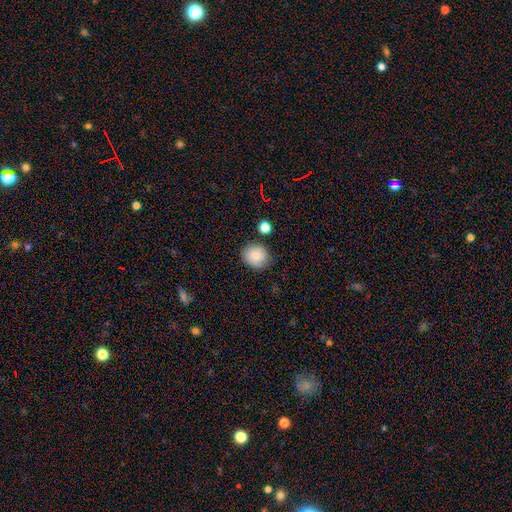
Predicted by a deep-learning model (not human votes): The model was most divided on "how rounded": round: 72%, in between: 27%, cigar-shaped: 1%. More confident: smooth or featured — smooth (78%); merging — none (76%).